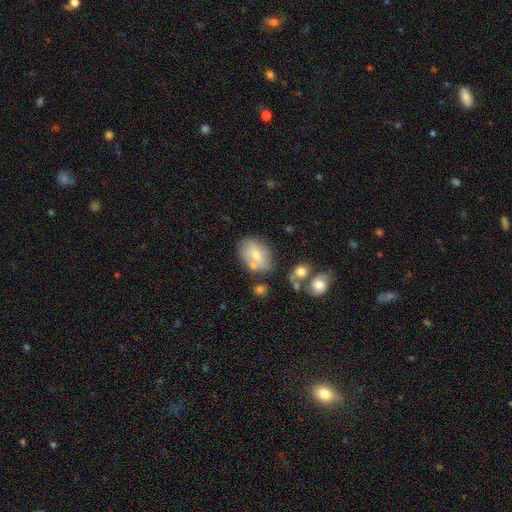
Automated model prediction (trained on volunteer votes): Overall: smooth (61%; featured or disk 31%). How rounded: in between (78%). Merging: none (56%; minor disturbance 21%).